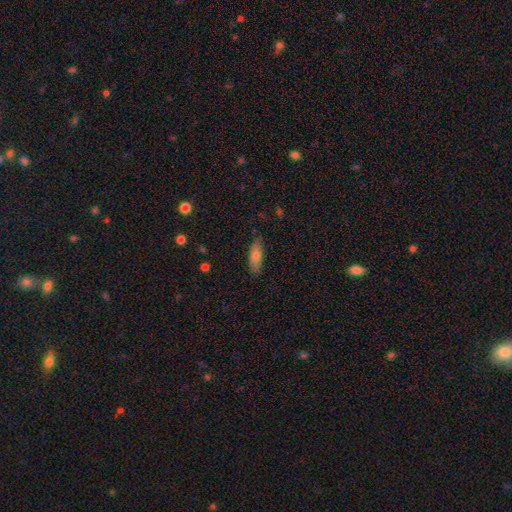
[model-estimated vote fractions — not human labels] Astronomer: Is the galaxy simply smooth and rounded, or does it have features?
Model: smooth — 75%.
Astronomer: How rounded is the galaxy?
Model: in between — 65%.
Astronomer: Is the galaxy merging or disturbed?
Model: none — 81%.